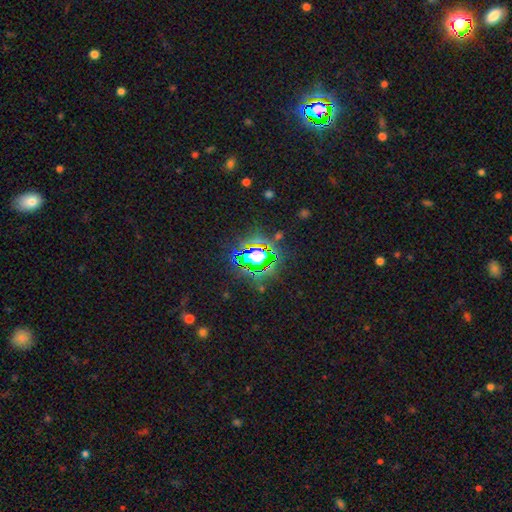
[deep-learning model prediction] star or artifact 73%, smooth 16%, featured or disk 11%.